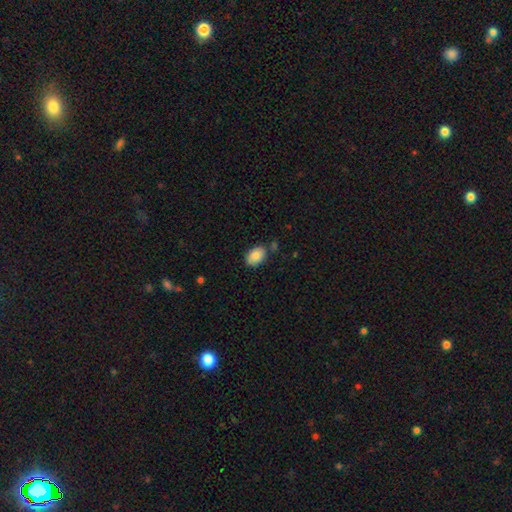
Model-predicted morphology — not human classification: Overall: smooth (87%). How rounded: in between (87%). Merging: none (78%).